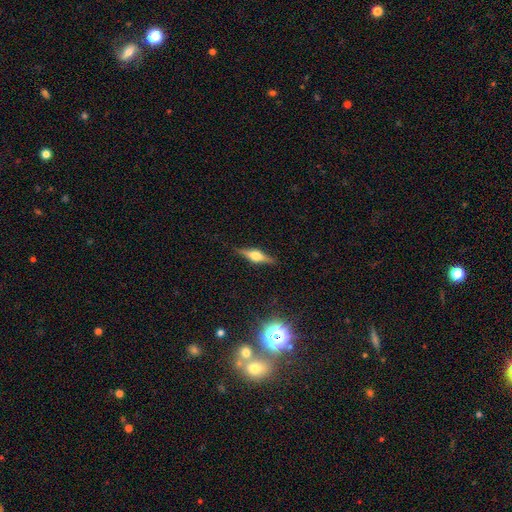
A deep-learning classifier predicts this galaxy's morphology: smooth_or_featured: featured or disk (p=0.71) [alt: smooth p=0.21]
disk_edge_on: yes (p=0.97) [alt: no p=0.03]
edge_on_bulge: rounded (p=0.91) [alt: boxy p=0.07]
merging: none (p=0.89) [alt: minor disturbance p=0.08]